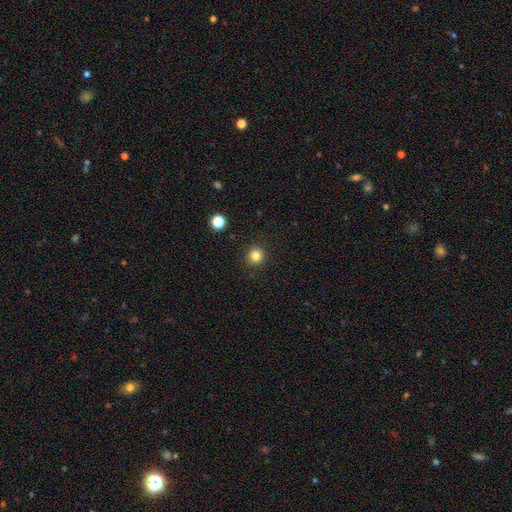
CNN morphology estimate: Smooth or featured?
  - smooth: 83% *
  - star or artifact: 12%
  - featured or disk: 5%
How rounded?
  - round: 94% *
  - in between: 5%
  - cigar-shaped: 1%
Merging?
  - none: 92% *
  - minor disturbance: 5%
  - major disturbance: 2%
  - merger: 1%